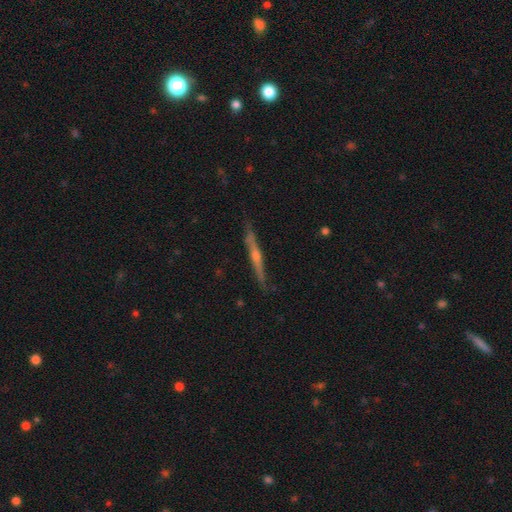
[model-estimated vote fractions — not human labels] smooth_or_featured: featured or disk (p=0.71) [alt: smooth p=0.19]
disk_edge_on: yes (p=0.95) [alt: no p=0.05]
edge_on_bulge: rounded (p=0.76) [alt: none p=0.17]
merging: none (p=0.85) [alt: minor disturbance p=0.11]